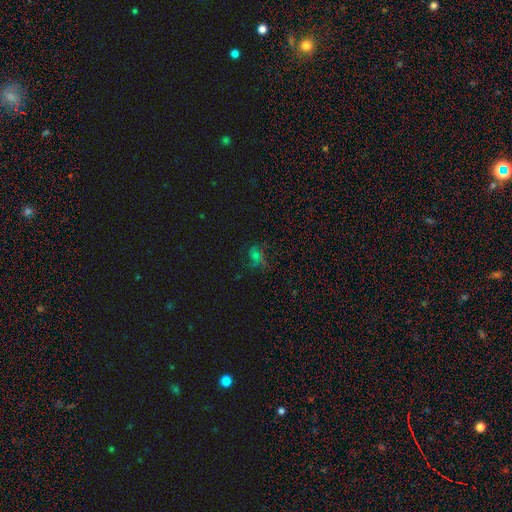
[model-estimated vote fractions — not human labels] smooth_or_featured: smooth (p=0.34) [tied with: featured or disk p=0.34]
merging: none (p=0.54) [alt: minor disturbance p=0.23]